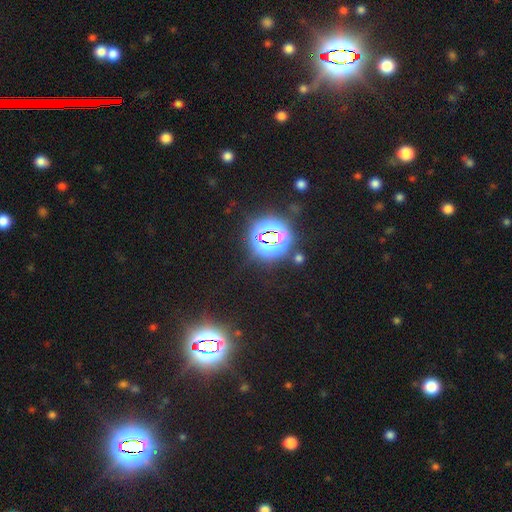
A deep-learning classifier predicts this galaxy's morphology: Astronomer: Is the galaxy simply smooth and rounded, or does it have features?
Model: star or artifact — 84%.